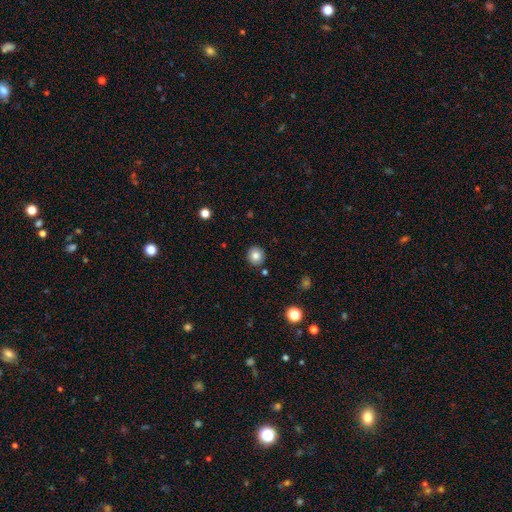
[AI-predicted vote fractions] Q: Smooth or featured?
A: smooth (83%); runner-up: star or artifact (10%)
Q: How rounded?
A: round (88%); runner-up: in between (11%)
Q: Merging?
A: none (89%); runner-up: minor disturbance (7%)